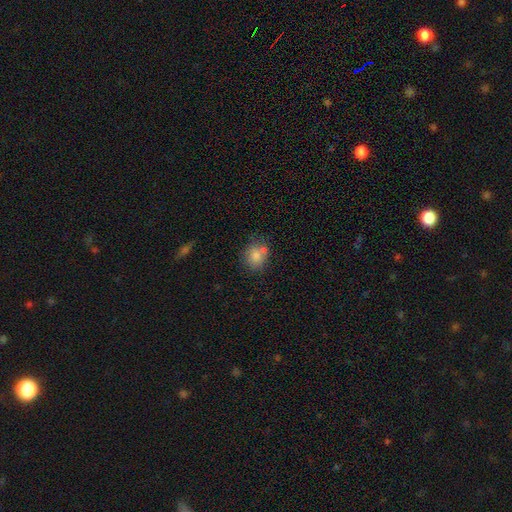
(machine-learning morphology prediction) Smooth or featured?
  - smooth: 78% *
  - star or artifact: 11%
  - featured or disk: 11%
How rounded?
  - round: 74% *
  - in between: 25%
  - cigar-shaped: 1%
Merging?
  - none: 62% *
  - merger: 20%
  - minor disturbance: 14%
  - major disturbance: 4%